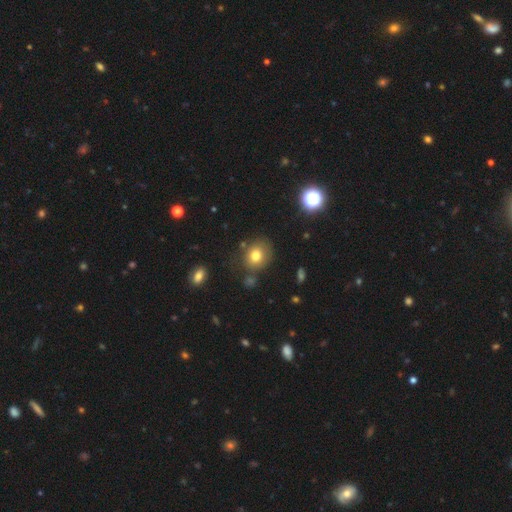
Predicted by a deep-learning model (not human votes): Smooth or featured? smooth (76%)
How rounded? round (67%)
Merging? none (75%)